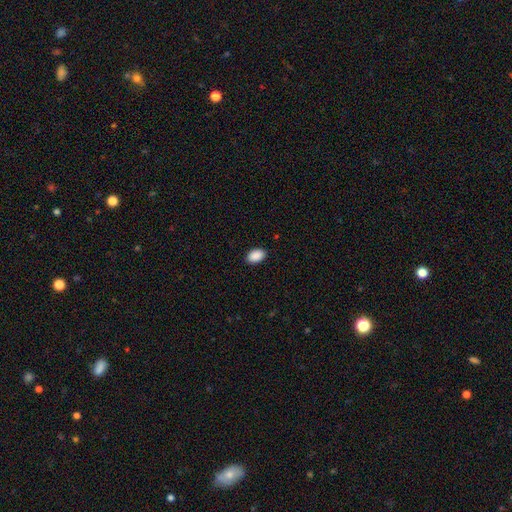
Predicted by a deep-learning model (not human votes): Smooth or featured? Predicted: smooth (p=0.91). How rounded? Predicted: in between (p=0.92). Merging? Predicted: none (p=0.90).